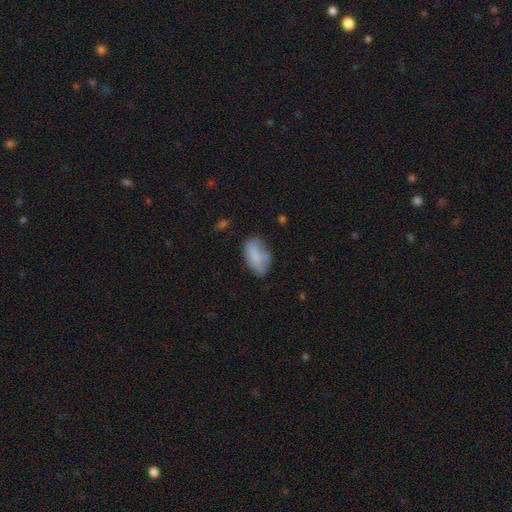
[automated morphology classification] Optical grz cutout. It shows a smooth galaxy with no disk features (74%) that is in between round and cigar-shaped (92%). Merging: none (58%).